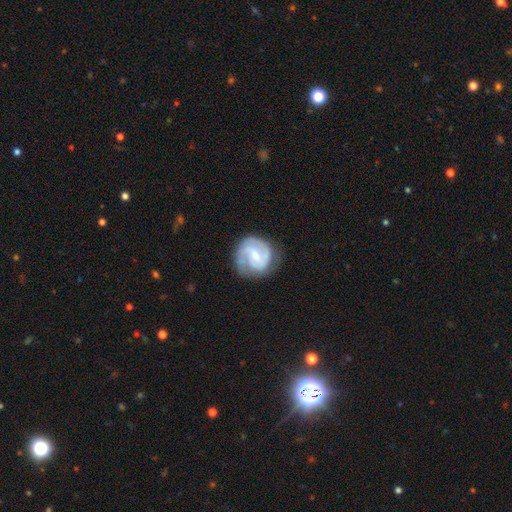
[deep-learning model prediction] This is likely a featured or disk galaxy (75%). It is clearly not viewed edge-on (98%). Bar: possibly weak (57%). Spiral arm pattern: clearly yes (92%). Spiral arm count: likely 2 (63%). Spiral winding: possibly medium (46%). Central bulge: possibly small (55%). Merging: likely none (67%).